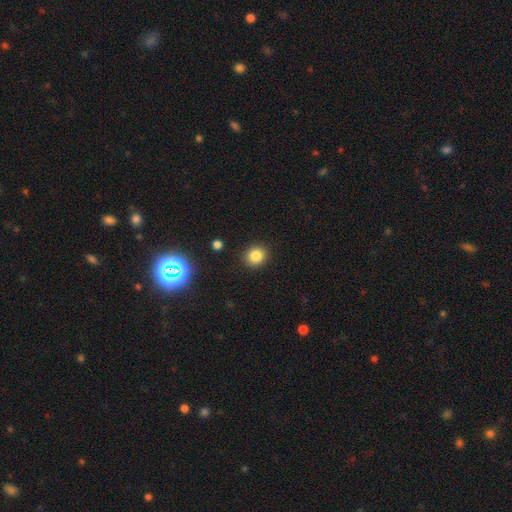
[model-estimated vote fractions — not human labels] The model was most divided on "how rounded": round: 84%, in between: 15%, cigar-shaped: 1%. More confident: merging — none (90%); smooth or featured — smooth (83%).